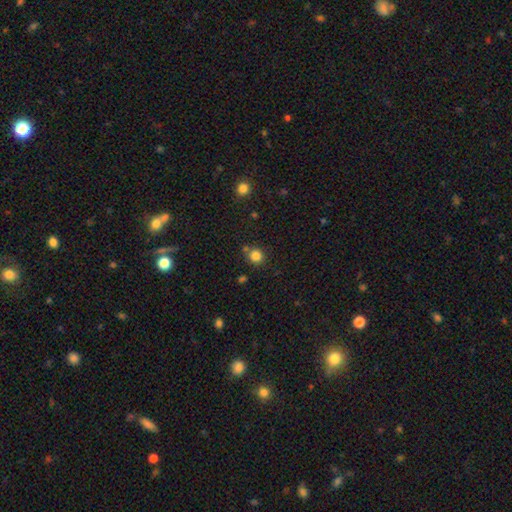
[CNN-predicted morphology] Overall: smooth (83%). How rounded: round (88%). Merging: none (74%).